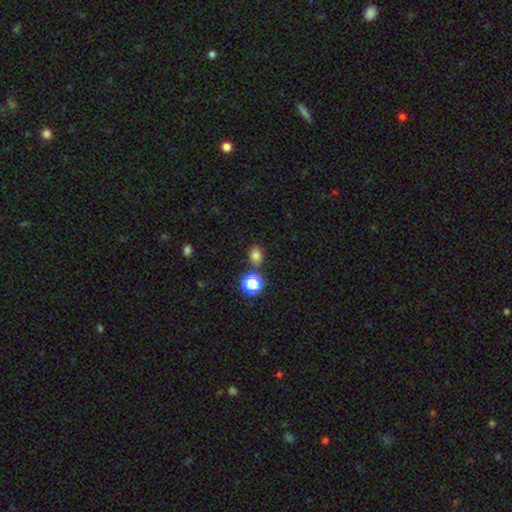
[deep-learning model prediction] smooth_or_featured: smooth (p=0.76) [alt: star or artifact p=0.18]
how_rounded: in between (p=0.50) [alt: round p=0.49]
merging: none (p=0.80) [alt: minor disturbance p=0.10]